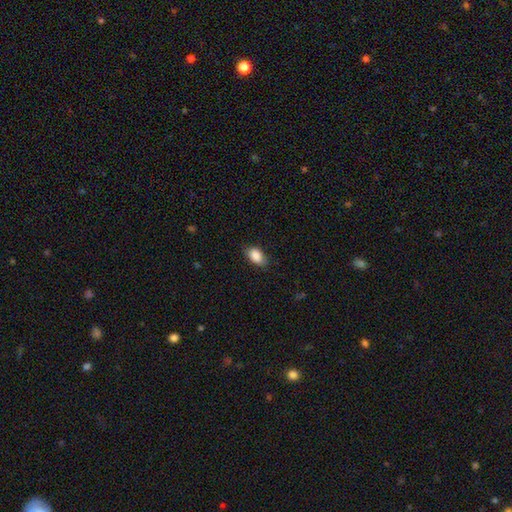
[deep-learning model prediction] Smooth or featured? Predicted: smooth (p=0.88). How rounded? Predicted: in between (p=0.90). Merging? Predicted: none (p=0.80).